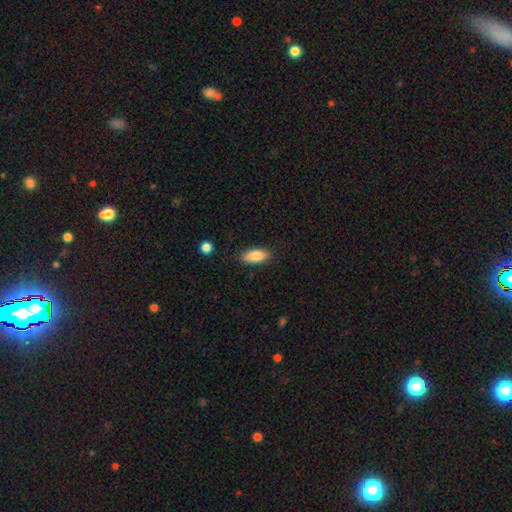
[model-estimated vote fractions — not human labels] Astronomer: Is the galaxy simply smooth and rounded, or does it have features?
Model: smooth — 86%.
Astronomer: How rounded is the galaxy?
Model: in between — 86%.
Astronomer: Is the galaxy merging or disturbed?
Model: none — 84%.